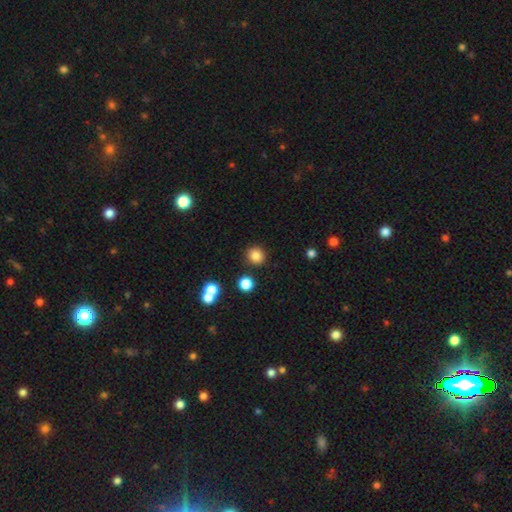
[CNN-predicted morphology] A smooth galaxy with no disk features (84%) that is round (91%).

Vote fractions:
- Smooth or featured? smooth: 84% / star or artifact: 12% / featured or disk: 4%
- How rounded? round: 91% / in between: 8% / cigar-shaped: 1%
- Merging? none: 88% / minor disturbance: 6% / merger: 4% / major disturbance: 2%